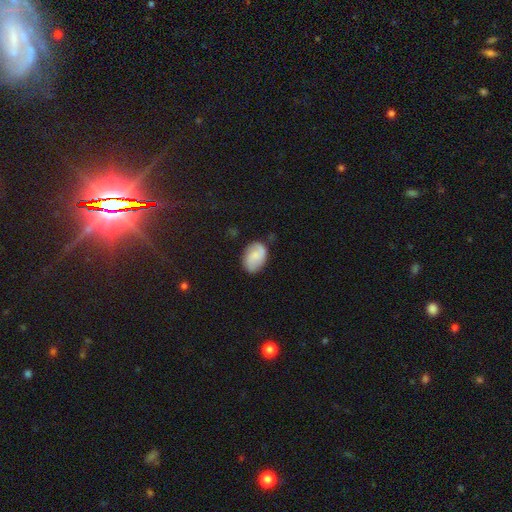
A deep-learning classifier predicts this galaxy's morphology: A smooth galaxy with no disk features (54%) that is in between round and cigar-shaped (83%).

Vote fractions:
- Smooth or featured? smooth: 54% / featured or disk: 38% / star or artifact: 8%
- How rounded? in between: 83% / round: 16% / cigar-shaped: 1%
- Merging? none: 75% / minor disturbance: 18% / major disturbance: 4% / merger: 2%